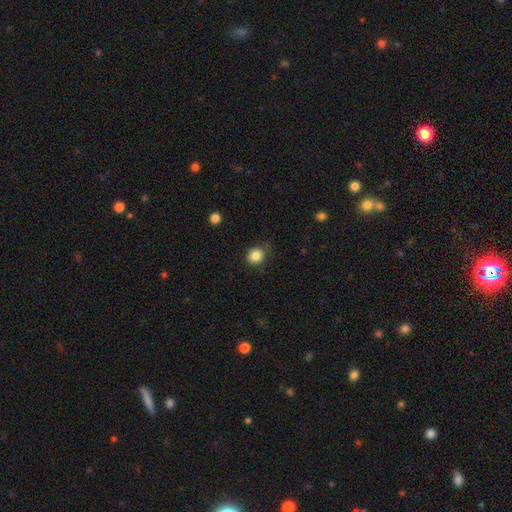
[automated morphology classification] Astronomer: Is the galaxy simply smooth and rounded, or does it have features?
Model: smooth — 85%.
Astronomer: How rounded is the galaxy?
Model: round — 75%.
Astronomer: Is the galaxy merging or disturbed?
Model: none — 77%.